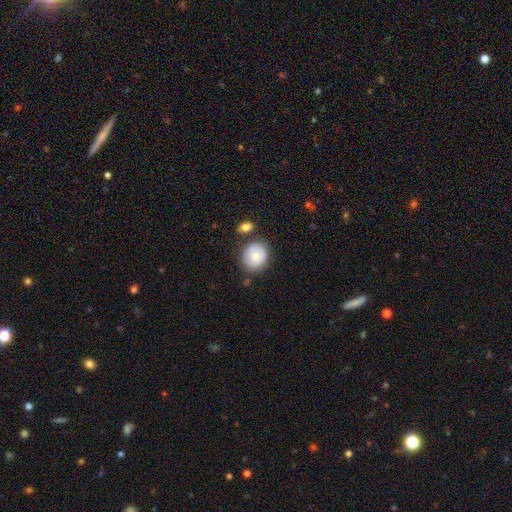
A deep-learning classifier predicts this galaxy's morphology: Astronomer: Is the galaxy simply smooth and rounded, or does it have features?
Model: smooth — 59%.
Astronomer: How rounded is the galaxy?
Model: round — 76%.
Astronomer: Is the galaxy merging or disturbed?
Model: none — 70%.